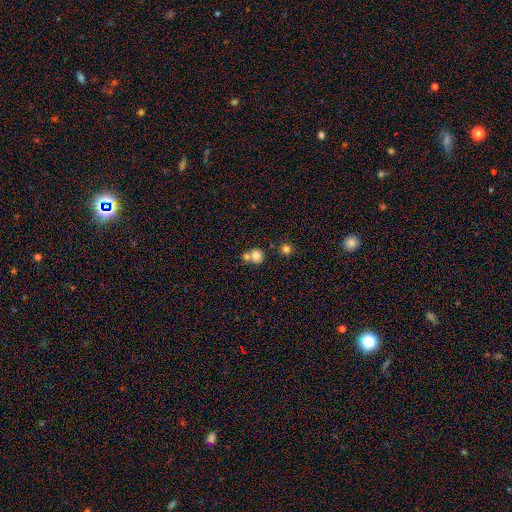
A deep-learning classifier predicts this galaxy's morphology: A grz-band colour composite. It shows a smooth galaxy with no disk features (79%) that is round (82%). Merging: none (46%).